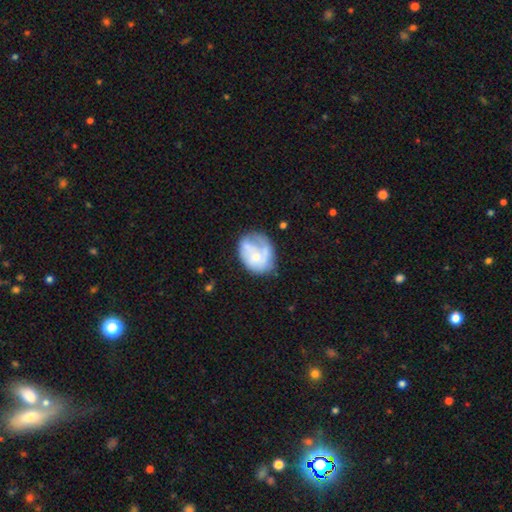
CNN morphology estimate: Smooth or featured?
  - featured or disk: 51% *
  - smooth: 42%
  - star or artifact: 7%
Edge-on disk?
  - no: 98% *
  - yes: 2%
Bar?
  - no: 82% *
  - weak: 15%
  - strong: 3%
Spiral arms?
  - no: 56% *
  - yes: 44%
Bulge size?
  - small: 46% *
  - moderate: 38%
  - none: 11%
  - large: 4%
  - dominant: 1%
Merging?
  - none: 46% *
  - minor disturbance: 28%
  - major disturbance: 20%
  - merger: 6%